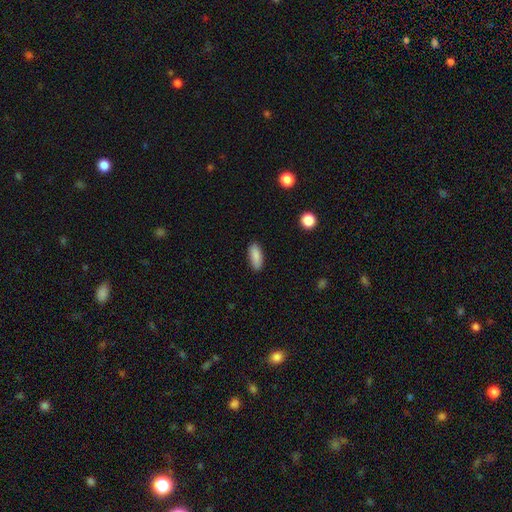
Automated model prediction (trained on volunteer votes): This is clearly a smooth galaxy (88%). How rounded: likely in between (79%). Merging: clearly none (87%).